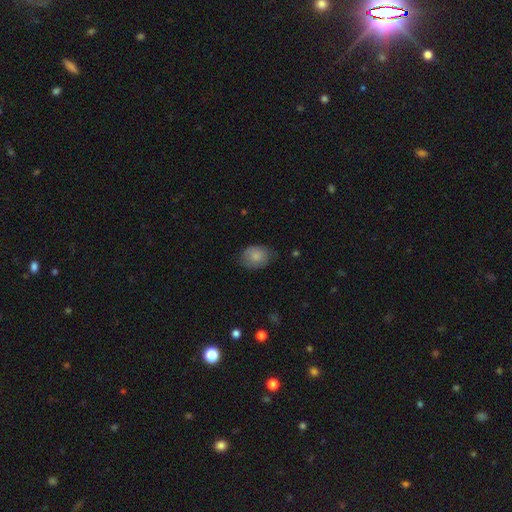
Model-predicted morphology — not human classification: This appears to be a smooth galaxy with no disk features (83%) that is in between round and cigar-shaped (66%). Merging: none (67%).